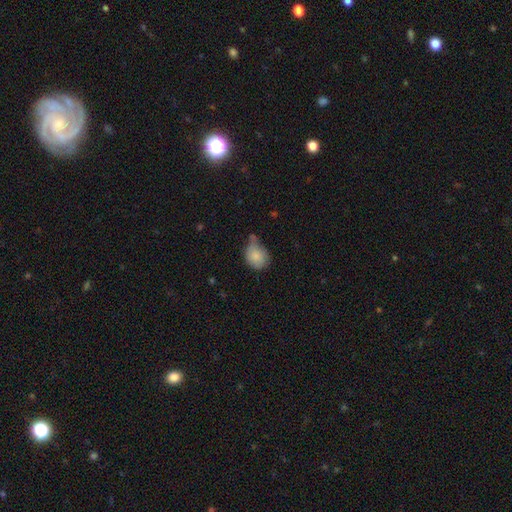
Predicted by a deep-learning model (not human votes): smooth_or_featured: smooth (p=0.83) [alt: featured or disk p=0.09]
how_rounded: round (p=0.53) [alt: in between p=0.46]
merging: none (p=0.39) [alt: minor disturbance p=0.36]